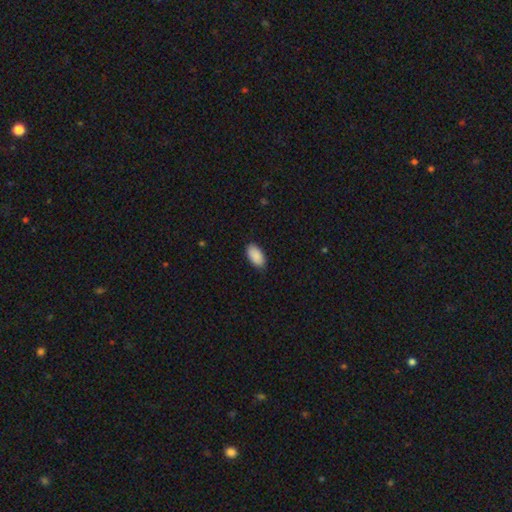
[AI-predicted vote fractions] A smooth galaxy with no disk features (90%) that is in between round and cigar-shaped (95%). Merging: none (85%).